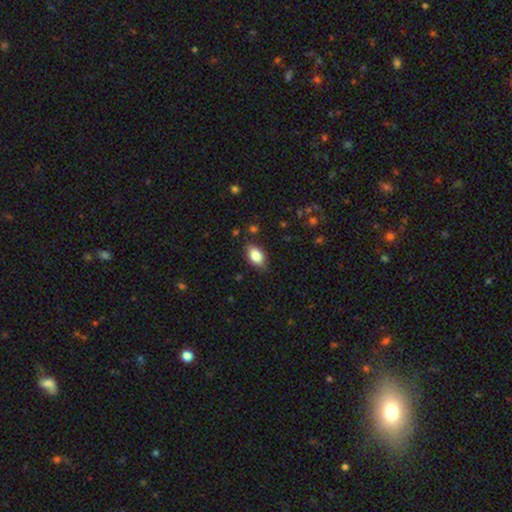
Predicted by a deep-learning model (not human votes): This is clearly a smooth galaxy (83%). How rounded: clearly in between (89%). Merging: clearly none (81%).